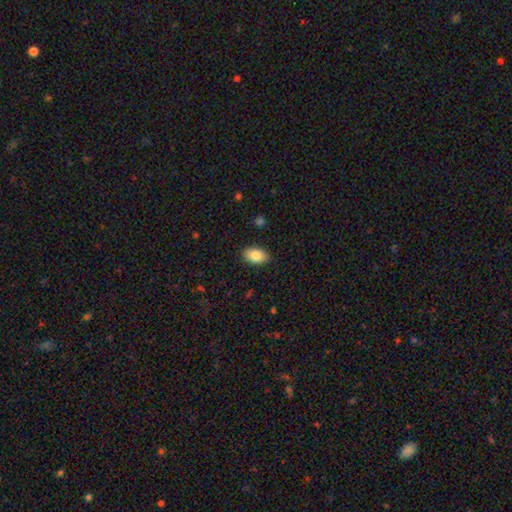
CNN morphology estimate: Overall: smooth (86%). How rounded: in between (92%). Merging: none (88%).